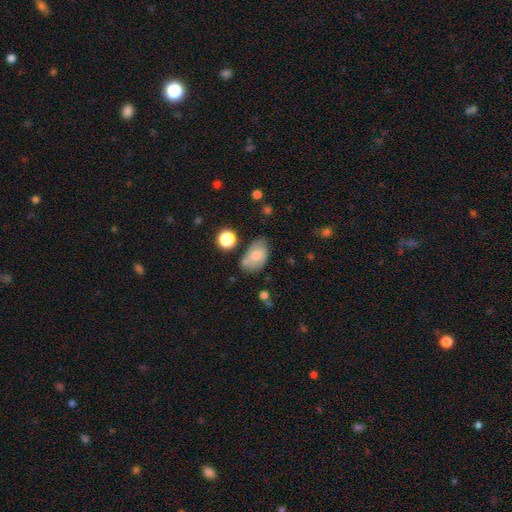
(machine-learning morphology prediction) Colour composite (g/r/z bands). It shows a smooth galaxy with no disk features (67%) that is in between round and cigar-shaped (88%). Merging: none (51%).